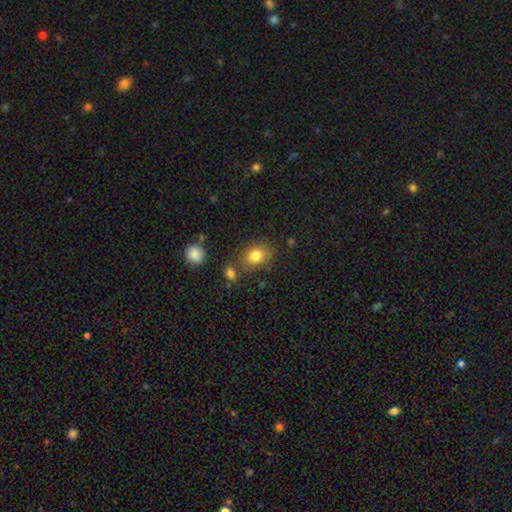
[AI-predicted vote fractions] Overall: smooth (82%). How rounded: in between (54%; round 45%). Merging: none (72%).